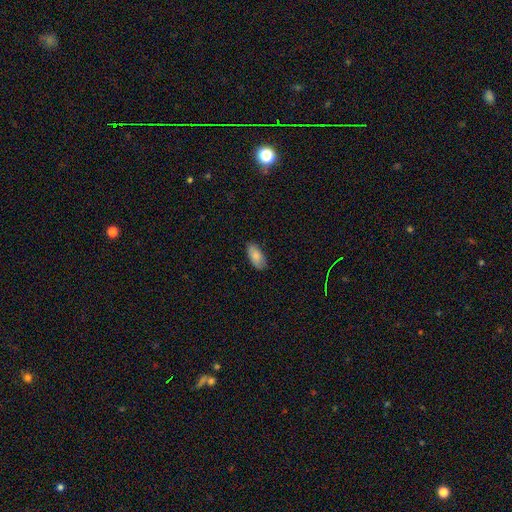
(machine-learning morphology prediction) type=smooth (84%); roundness=in between (92%); merging=none (82%).